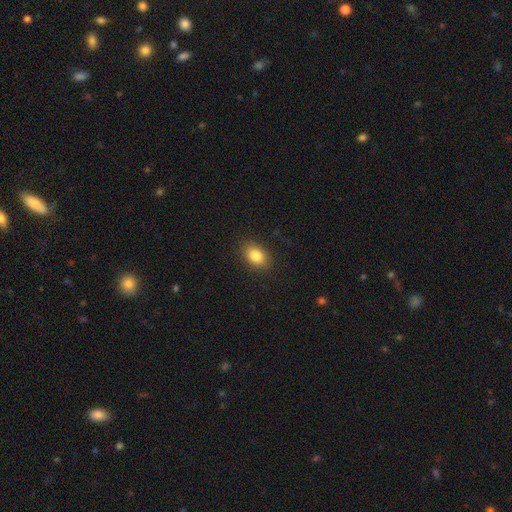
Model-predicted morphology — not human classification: type=smooth (84%); roundness=in between (79%); merging=none (88%).